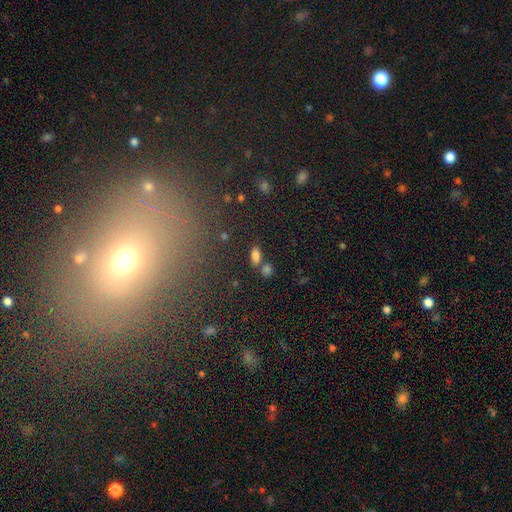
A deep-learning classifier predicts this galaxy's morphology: Smooth or featured? Predicted: smooth (p=0.82). How rounded? Predicted: in between (p=0.88). Merging? Predicted: none (p=0.67).